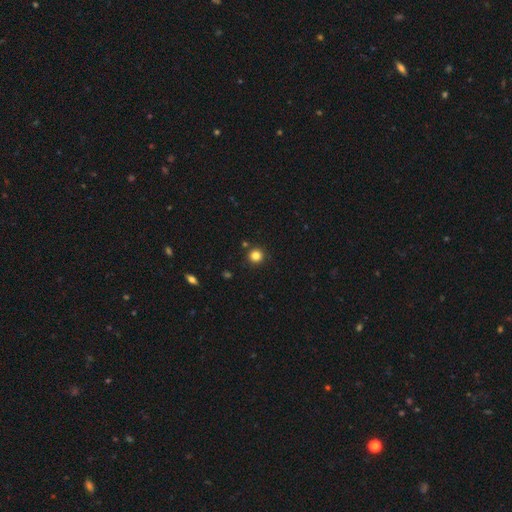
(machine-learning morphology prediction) Q: Smooth or featured?
A: smooth (82%); runner-up: star or artifact (13%)
Q: How rounded?
A: round (94%); runner-up: in between (5%)
Q: Merging?
A: none (90%); runner-up: minor disturbance (6%)